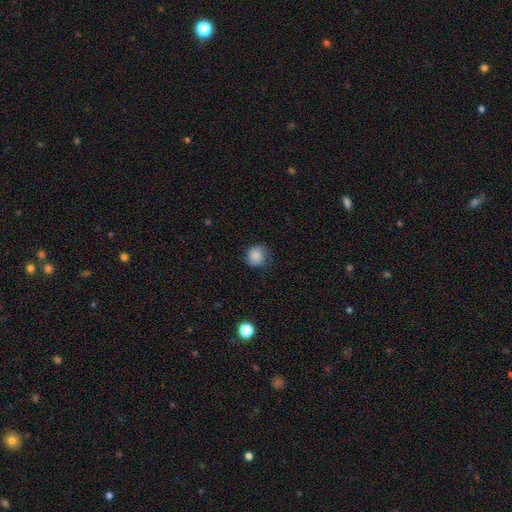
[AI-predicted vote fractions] smooth 82%, featured or disk 9%, star or artifact 8%. Down the decision tree: how rounded — round (85%); merging — none (71%).